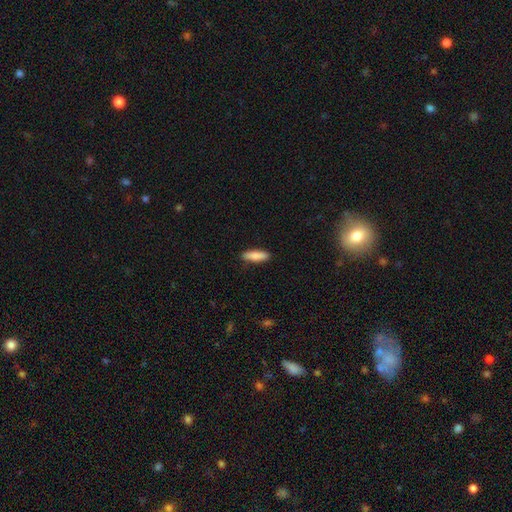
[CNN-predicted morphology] This is clearly a smooth galaxy (85%). How rounded: likely cigar-shaped (64%). Merging: clearly none (88%).